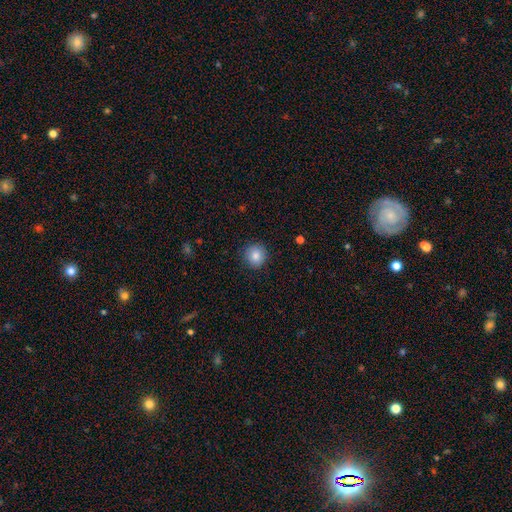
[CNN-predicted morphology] This is clearly a smooth galaxy (84%). How rounded: clearly round (92%). Merging: clearly none (89%).